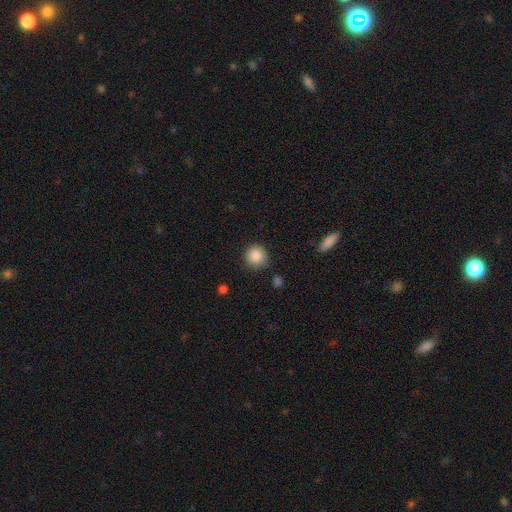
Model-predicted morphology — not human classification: The model was most divided on "merging": none: 87%, minor disturbance: 9%, major disturbance: 3%, merger: 2%. More confident: how rounded — round (93%); smooth or featured — smooth (87%).